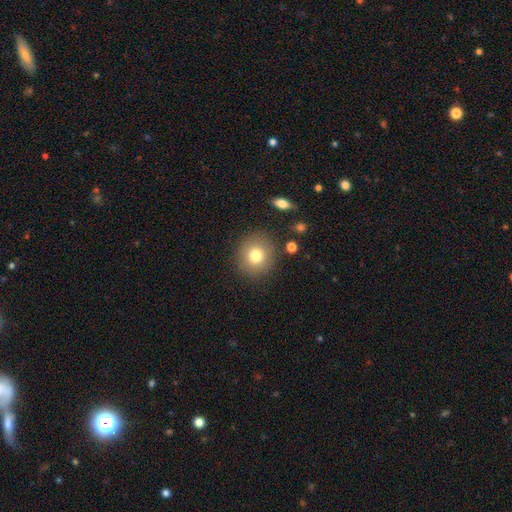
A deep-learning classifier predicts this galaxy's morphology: A smooth galaxy with no disk features (78%) that is round (87%).

Vote fractions:
- Smooth or featured? smooth: 78% / star or artifact: 11% / featured or disk: 11%
- How rounded? round: 87% / in between: 12% / cigar-shaped: 1%
- Merging? none: 86% / minor disturbance: 9% / major disturbance: 3% / merger: 2%